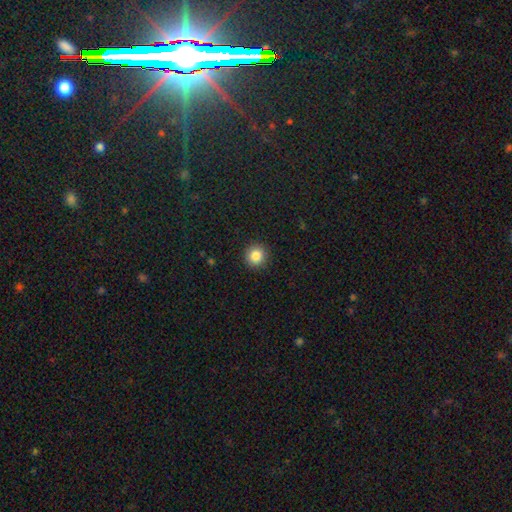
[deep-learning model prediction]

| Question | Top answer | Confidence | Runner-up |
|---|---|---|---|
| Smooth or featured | smooth | 85% | star or artifact (10%) |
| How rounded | round | 94% | in between (6%) |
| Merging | none | 92% | minor disturbance (5%) |